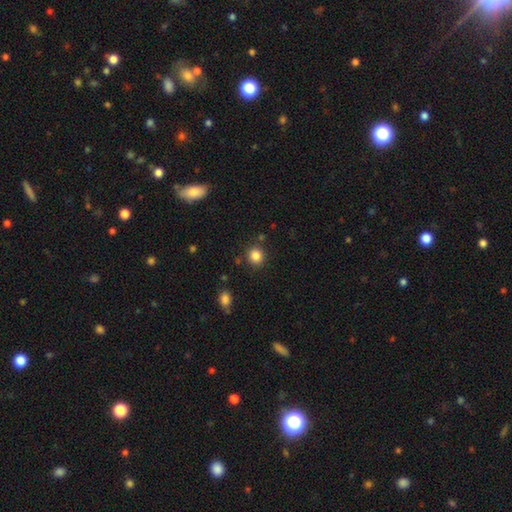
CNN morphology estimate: A smooth galaxy with no disk features (85%) that is round (86%). Merging: none (85%).